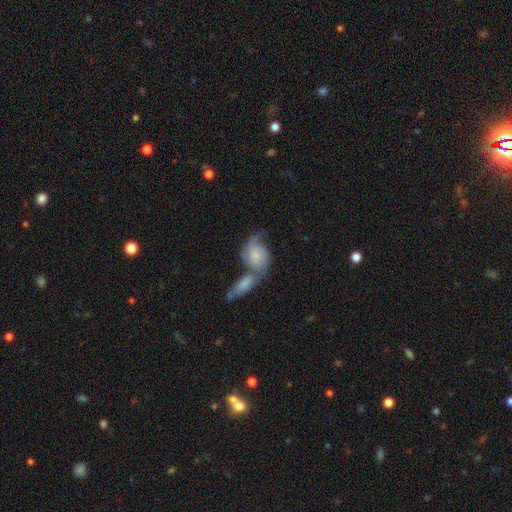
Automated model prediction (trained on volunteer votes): Morphology: type=featured or disk (53%); edge-on=no (95%); bar=no (71%); spiral arms=yes (85%); bulge=small (50%); merging=merger (62%).